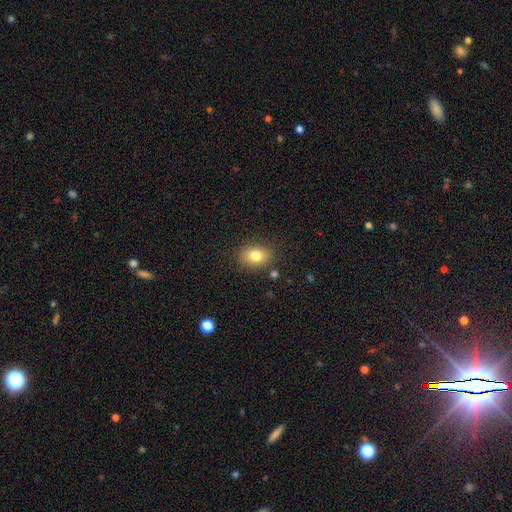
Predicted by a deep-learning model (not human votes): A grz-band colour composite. It shows a smooth galaxy with no disk features (80%) that is in between round and cigar-shaped (66%). Merging: none (83%).